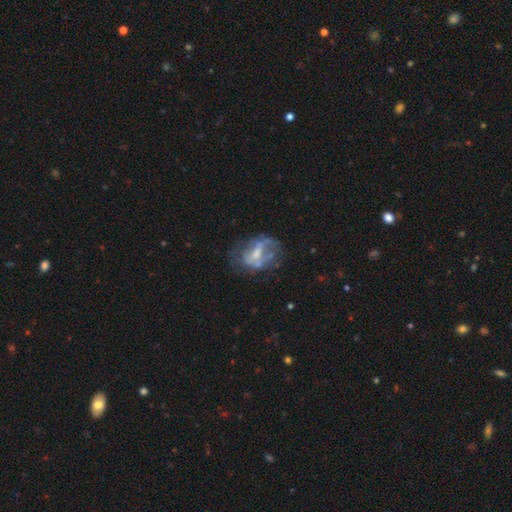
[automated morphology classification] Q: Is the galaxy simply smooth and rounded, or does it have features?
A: featured or disk — 63%.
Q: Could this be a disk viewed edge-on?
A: no — 96%.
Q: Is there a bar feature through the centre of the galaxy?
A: no — 49%.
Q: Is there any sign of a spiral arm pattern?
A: no — 65%.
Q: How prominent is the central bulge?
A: small — 40%.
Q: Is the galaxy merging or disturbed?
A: none — 47%.